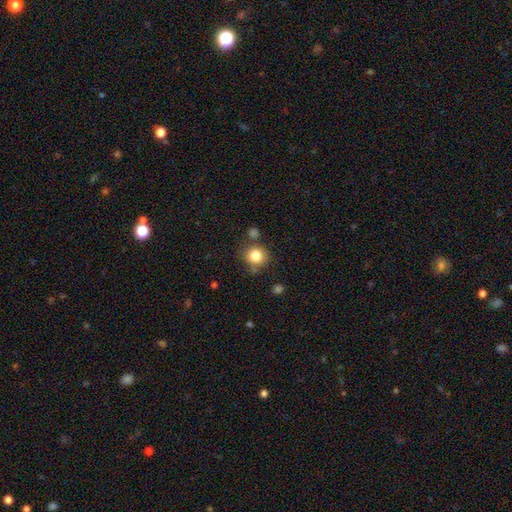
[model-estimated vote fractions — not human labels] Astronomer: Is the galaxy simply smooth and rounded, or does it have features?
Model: smooth — 82%.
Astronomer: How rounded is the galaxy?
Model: round — 87%.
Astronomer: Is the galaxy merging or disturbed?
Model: none — 73%.